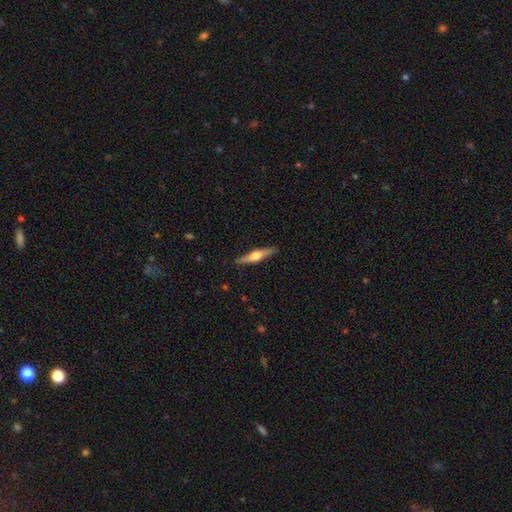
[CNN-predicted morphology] A featured or disk galaxy (62%) viewed edge-on (97%) with a rounded central bulge (92%). Merging: none (89%).